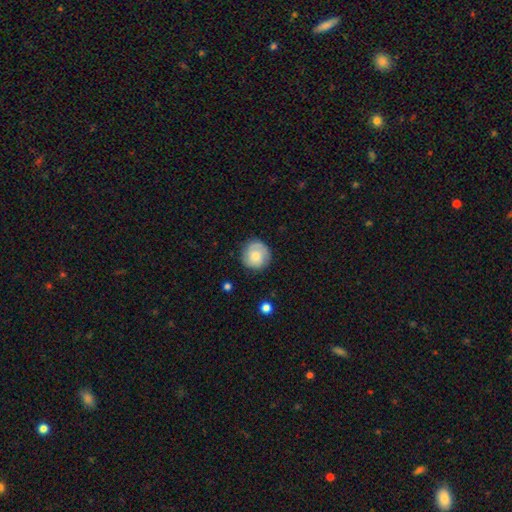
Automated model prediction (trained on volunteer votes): Smooth or featured: smooth — 61% (featured or disk — 32%)
How rounded: round — 92% (in between — 7%)
Merging: none — 82% (minor disturbance — 13%)